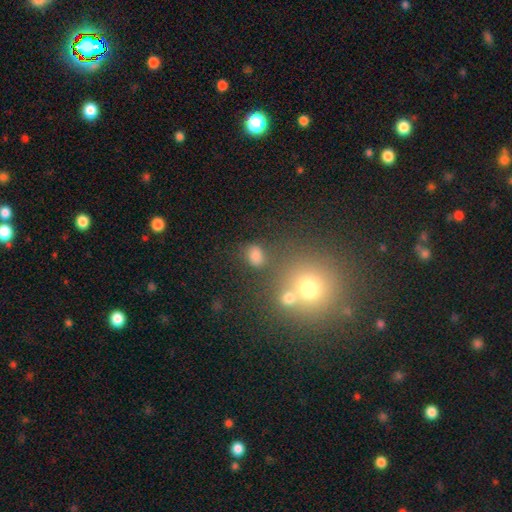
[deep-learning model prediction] smooth-or-featured: smooth: 75% | star or artifact: 18% | featured or disk: 7%
  how-rounded: in between: 54% | round: 45% | cigar-shaped: 2%
  merging: none: 68% | minor disturbance: 13% | merger: 11% | major disturbance: 7%